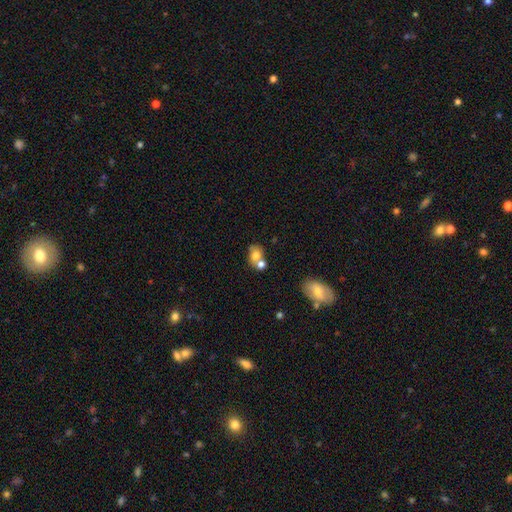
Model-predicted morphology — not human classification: Smooth or featured? Predicted: smooth (p=0.72). How rounded? Predicted: in between (p=0.52). Merging? Predicted: merger (p=0.44).